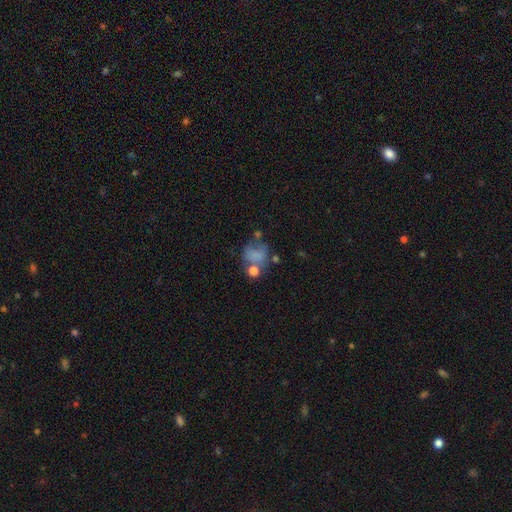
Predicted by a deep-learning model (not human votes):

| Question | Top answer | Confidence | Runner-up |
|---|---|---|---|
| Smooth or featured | smooth | 64% | featured or disk (21%) |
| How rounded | round | 61% | in between (38%) |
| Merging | none | 36% | major disturbance (23%) |